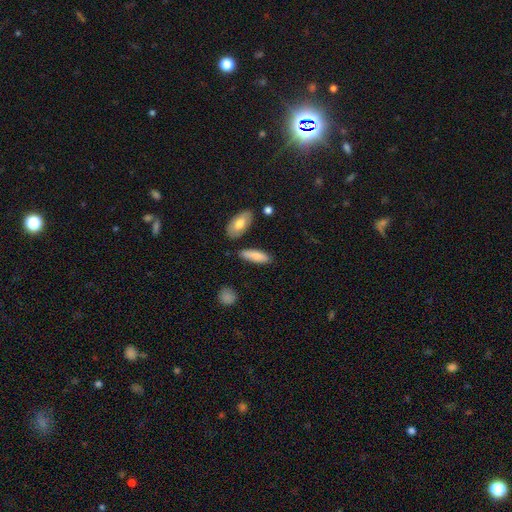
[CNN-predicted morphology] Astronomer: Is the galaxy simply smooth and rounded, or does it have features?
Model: smooth — 81%.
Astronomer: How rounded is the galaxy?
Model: in between — 53% (runner-up: cigar-shaped, 45%).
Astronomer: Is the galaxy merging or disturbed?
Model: none — 79%.